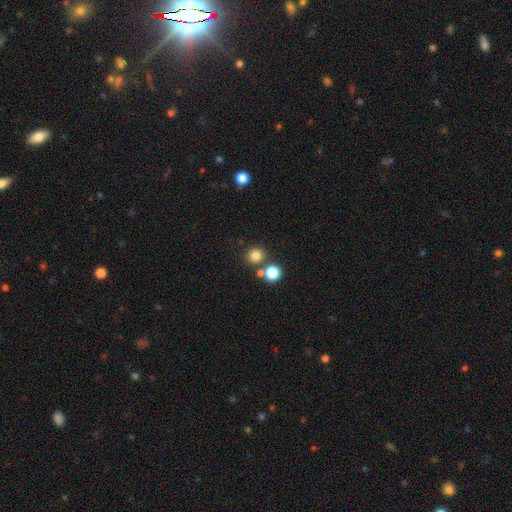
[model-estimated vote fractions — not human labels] smooth 79%, star or artifact 15%, featured or disk 6%. Down the decision tree: how rounded — round (91%); merging — none (73%).